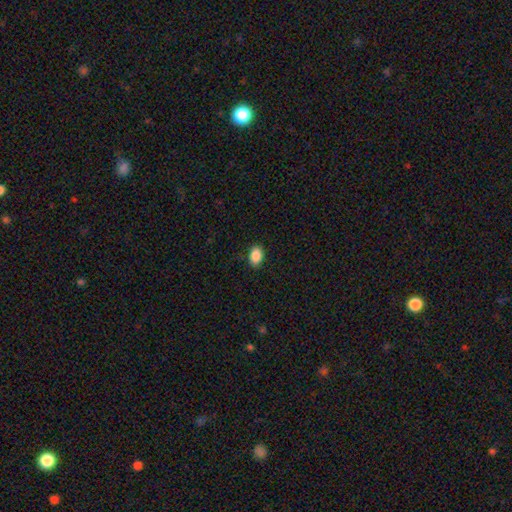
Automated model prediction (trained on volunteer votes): Smooth or featured?
  - smooth: 88% *
  - star or artifact: 8%
  - featured or disk: 3%
How rounded?
  - in between: 85% *
  - round: 14%
  - cigar-shaped: 1%
Merging?
  - none: 88% *
  - minor disturbance: 9%
  - major disturbance: 2%
  - merger: 1%